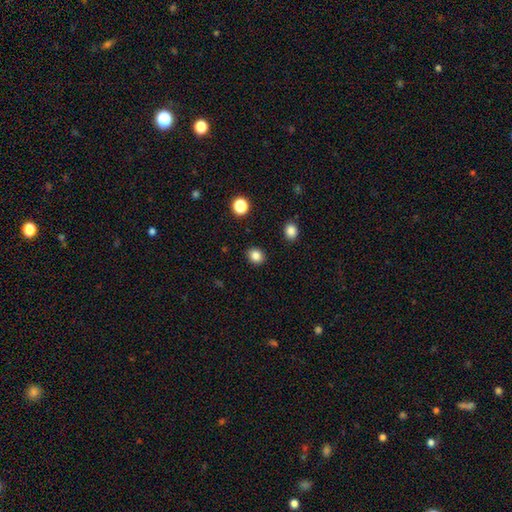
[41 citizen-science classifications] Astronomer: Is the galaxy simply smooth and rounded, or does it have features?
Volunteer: smooth — 90%.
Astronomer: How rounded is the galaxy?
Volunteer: round — 95%.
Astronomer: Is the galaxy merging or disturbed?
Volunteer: none — 87%.